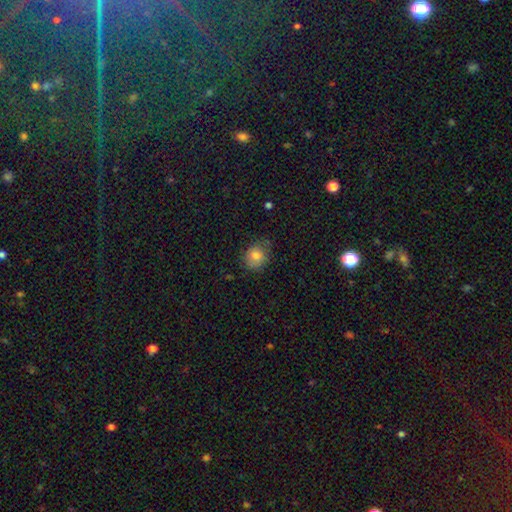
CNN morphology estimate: The model was most divided on "how rounded": round: 71%, in between: 28%, cigar-shaped: 1%. More confident: smooth or featured — smooth (79%); merging — none (70%).